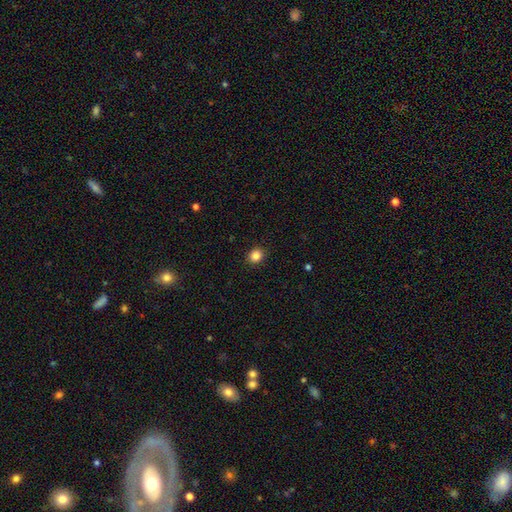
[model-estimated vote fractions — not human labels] smooth_or_featured: smooth (p=0.85) [alt: star or artifact p=0.11]
how_rounded: round (p=0.77) [alt: in between p=0.22]
merging: none (p=0.92) [alt: minor disturbance p=0.06]